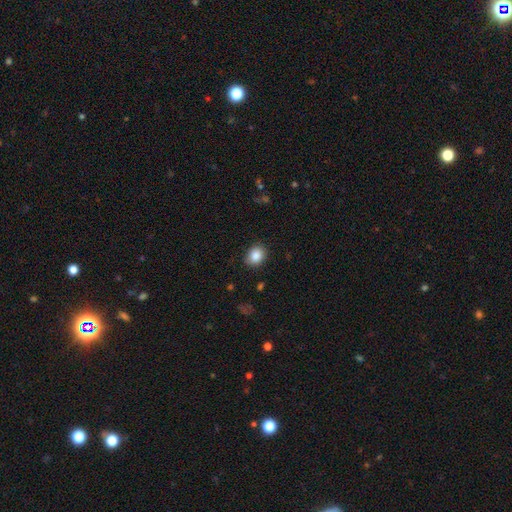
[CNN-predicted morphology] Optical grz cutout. It shows a smooth galaxy with no disk features (87%) that is round (53%). Merging: none (84%).